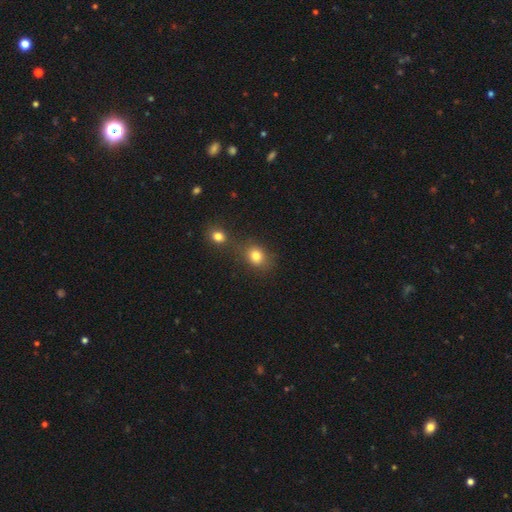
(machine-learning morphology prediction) Smooth or featured: smooth — 80% (star or artifact — 13%)
How rounded: round — 63% (in between — 36%)
Merging: none — 62% (merger — 22%)